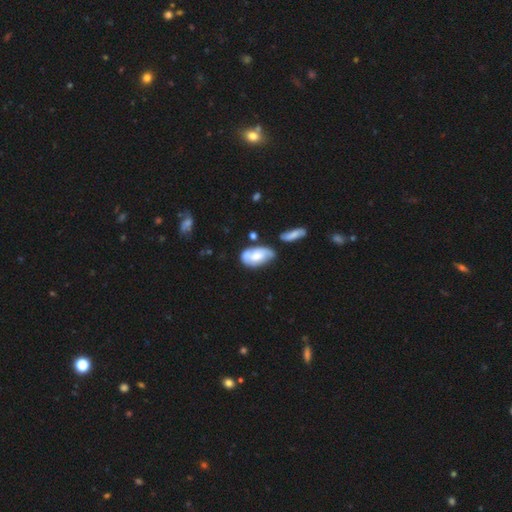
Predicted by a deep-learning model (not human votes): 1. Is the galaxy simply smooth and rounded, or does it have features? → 47% featured or disk, 46% smooth, 7% star or artifact.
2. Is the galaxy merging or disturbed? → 46% none, 28% minor disturbance, 14% merger, 11% major disturbance.